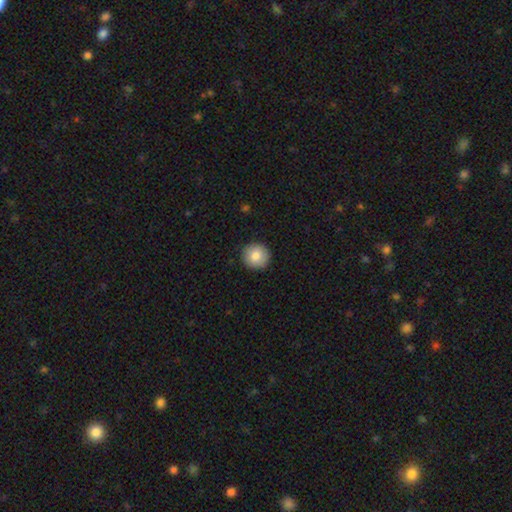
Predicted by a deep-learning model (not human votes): A smooth galaxy with no disk features (84%) that is round (94%). Merging: none (91%).